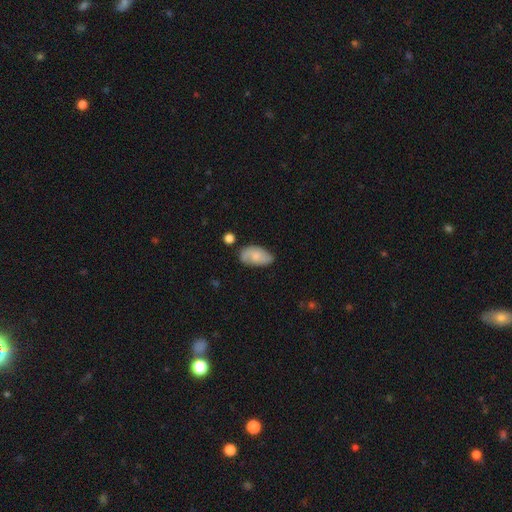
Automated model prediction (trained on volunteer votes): A smooth galaxy with no disk features (59%) that is in between round and cigar-shaped (93%). Merging: none (63%).